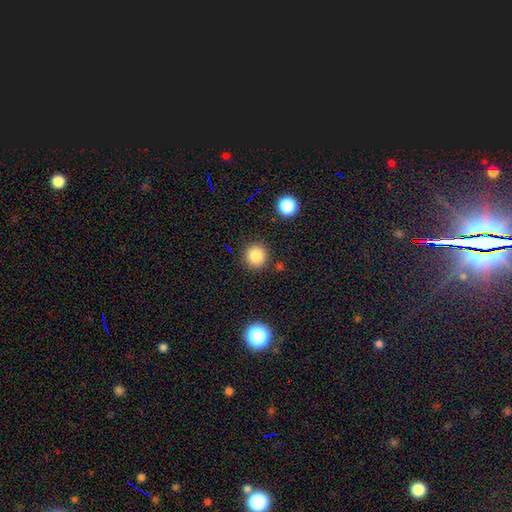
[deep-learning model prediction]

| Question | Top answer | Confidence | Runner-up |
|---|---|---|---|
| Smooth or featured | smooth | 84% | star or artifact (11%) |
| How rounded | round | 95% | in between (4%) |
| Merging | none | 88% | minor disturbance (7%) |